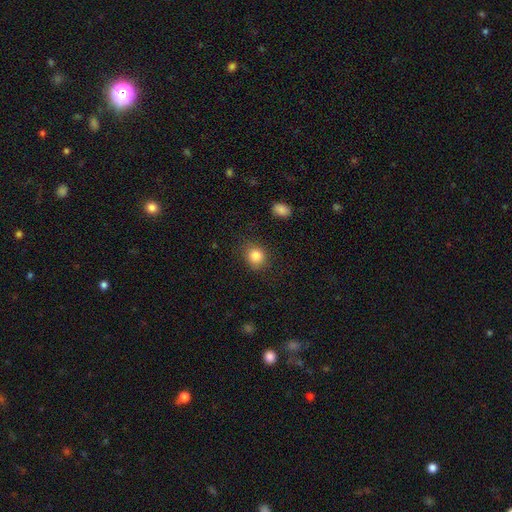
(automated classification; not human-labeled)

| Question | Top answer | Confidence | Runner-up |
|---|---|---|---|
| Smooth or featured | smooth | 85% | star or artifact (10%) |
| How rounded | round | 74% | in between (25%) |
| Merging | none | 81% | minor disturbance (14%) |